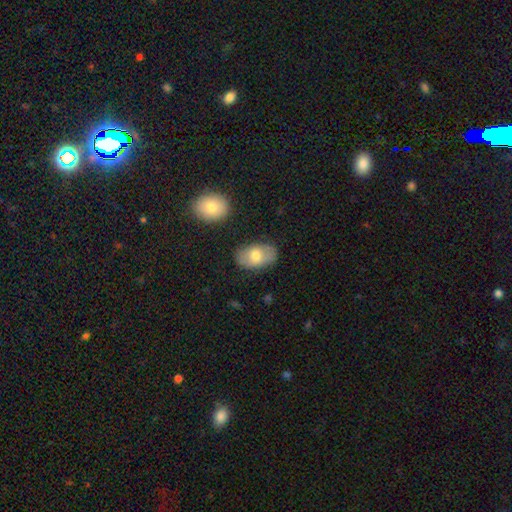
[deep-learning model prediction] smooth_or_featured: smooth (p=0.71) [alt: featured or disk p=0.23]
how_rounded: in between (p=0.91) [alt: round p=0.08]
merging: none (p=0.78) [alt: minor disturbance p=0.15]